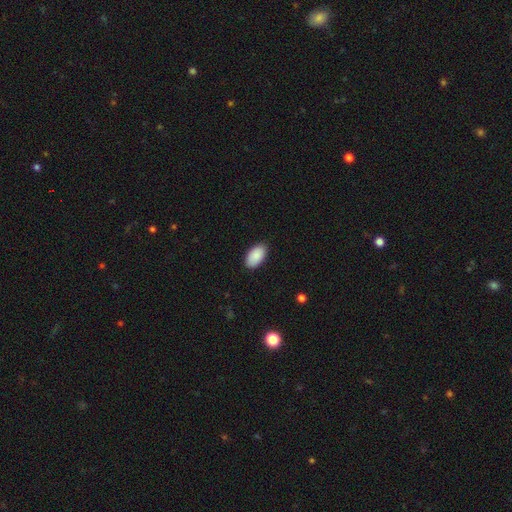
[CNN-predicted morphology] Q: Smooth or featured?
A: smooth (90%); runner-up: star or artifact (6%)
Q: How rounded?
A: in between (96%); runner-up: round (3%)
Q: Merging?
A: none (87%); runner-up: minor disturbance (10%)